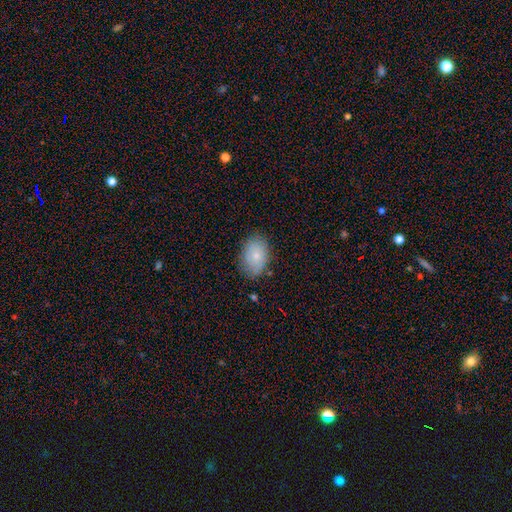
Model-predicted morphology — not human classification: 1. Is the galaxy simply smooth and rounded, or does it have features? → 76% smooth, 17% featured or disk, 8% star or artifact.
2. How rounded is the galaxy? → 83% in between, 16% round, 1% cigar-shaped.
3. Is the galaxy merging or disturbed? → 79% none, 17% minor disturbance, 4% major disturbance, 1% merger.